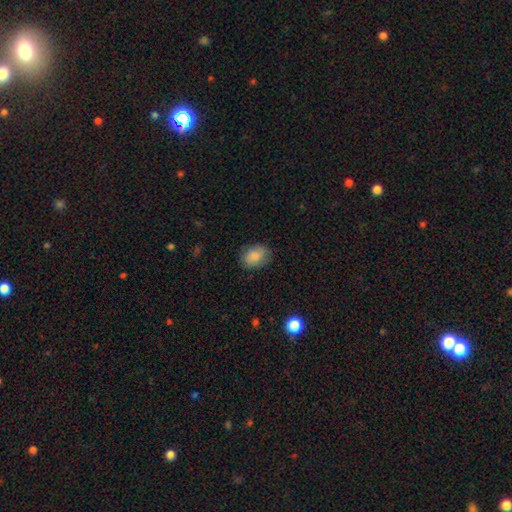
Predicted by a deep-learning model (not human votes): smooth_or_featured: smooth (p=0.84) [alt: featured or disk p=0.09]
how_rounded: in between (p=0.66) [alt: round p=0.33]
merging: none (p=0.82) [alt: minor disturbance p=0.14]